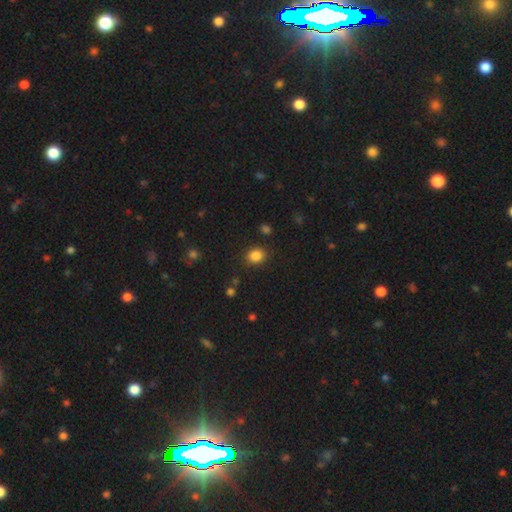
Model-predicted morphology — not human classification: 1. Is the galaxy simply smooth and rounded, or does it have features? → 85% smooth, 11% star or artifact, 4% featured or disk.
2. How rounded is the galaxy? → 70% round, 30% in between, 1% cigar-shaped.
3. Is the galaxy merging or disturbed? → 86% none, 9% minor disturbance, 3% major disturbance, 2% merger.